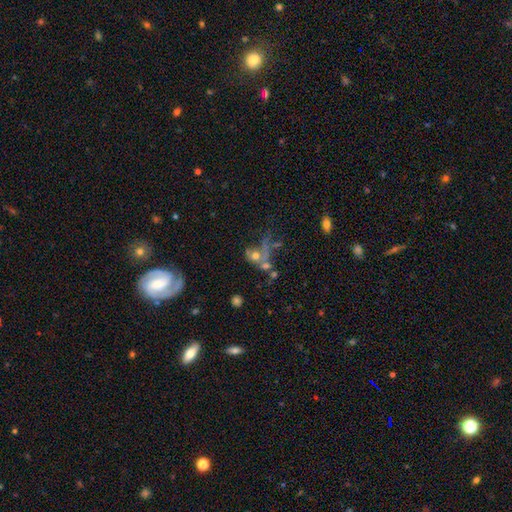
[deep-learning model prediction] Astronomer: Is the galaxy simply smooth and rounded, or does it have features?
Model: smooth — 51% (runner-up: featured or disk, 29%).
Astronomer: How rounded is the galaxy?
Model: round — 61% (runner-up: in between, 36%).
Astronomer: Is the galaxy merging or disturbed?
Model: merger — 40% (runner-up: none, 26%).